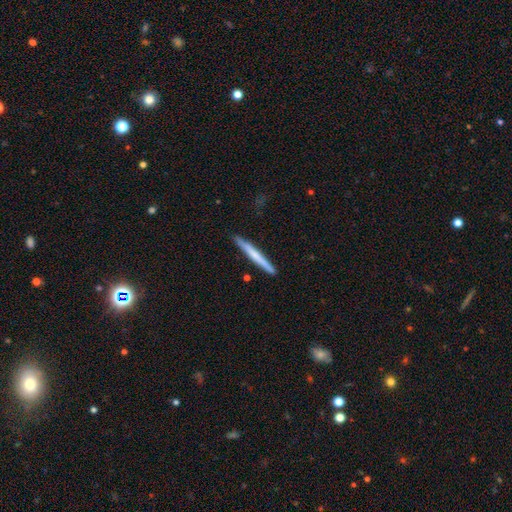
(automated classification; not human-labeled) Smooth or featured: smooth — 55% (featured or disk — 40%)
How rounded: cigar-shaped — 97% (in between — 2%)
Merging: none — 90% (minor disturbance — 7%)